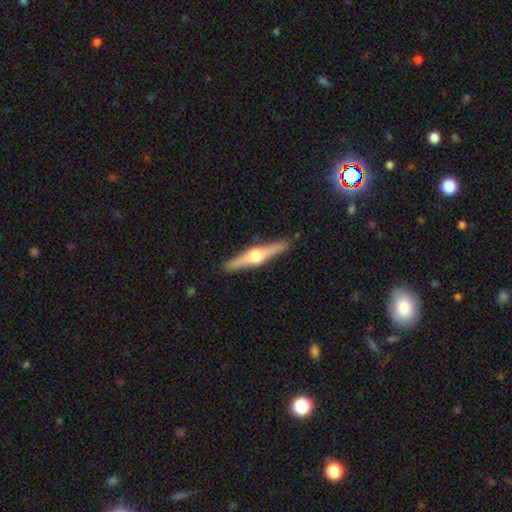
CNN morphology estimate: This is likely a featured or disk galaxy (78%). It is clearly viewed edge-on (98%). Edge-on bulge: clearly rounded (95%). Merging: clearly none (90%).